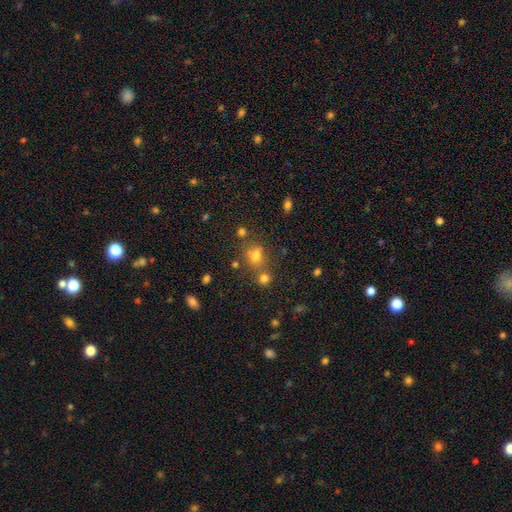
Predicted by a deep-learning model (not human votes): smooth-or-featured: smooth: 60% | star or artifact: 28% | featured or disk: 12%
  how-rounded: round: 52% | in between: 46% | cigar-shaped: 3%
  merging: none: 55% | merger: 27% | minor disturbance: 12% | major disturbance: 6%